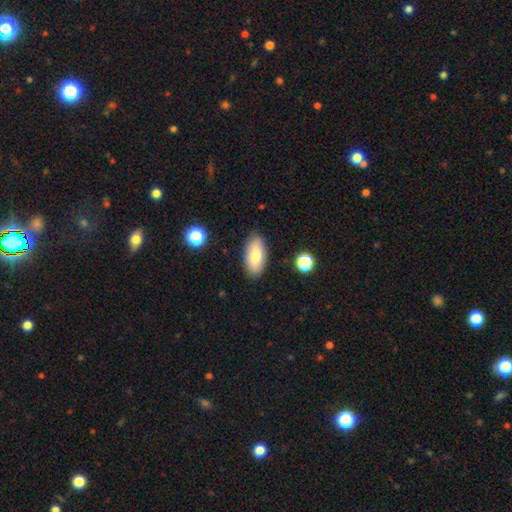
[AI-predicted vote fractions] A smooth galaxy with no disk features (77%) that is in between round and cigar-shaped (90%).

Vote fractions:
- Smooth or featured? smooth: 77% / featured or disk: 16% / star or artifact: 7%
- How rounded? in between: 90% / cigar-shaped: 7% / round: 3%
- Merging? none: 86% / minor disturbance: 10% / major disturbance: 2% / merger: 2%